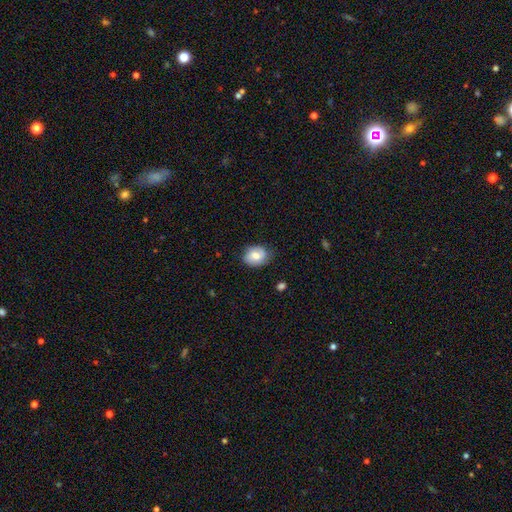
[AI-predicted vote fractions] A smooth galaxy with no disk features (67%) that is in between round and cigar-shaped (54%).

Vote fractions:
- Smooth or featured? smooth: 67% / featured or disk: 25% / star or artifact: 8%
- How rounded? in between: 54% / round: 45% / cigar-shaped: 1%
- Merging? none: 76% / minor disturbance: 19% / major disturbance: 4% / merger: 1%